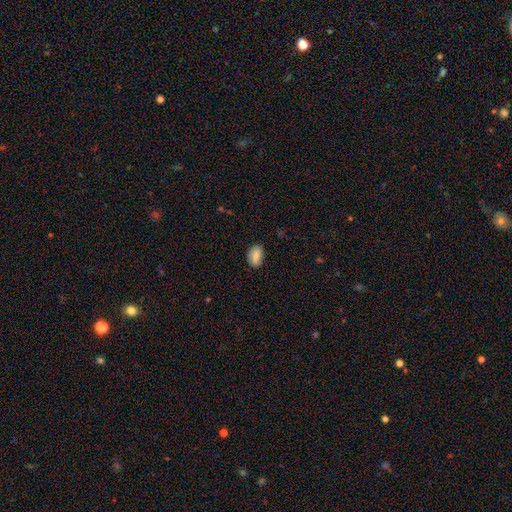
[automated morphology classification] smooth_or_featured: smooth (p=0.83) [alt: featured or disk p=0.09]
how_rounded: in between (p=0.90) [alt: round p=0.08]
merging: none (p=0.75) [alt: minor disturbance p=0.19]